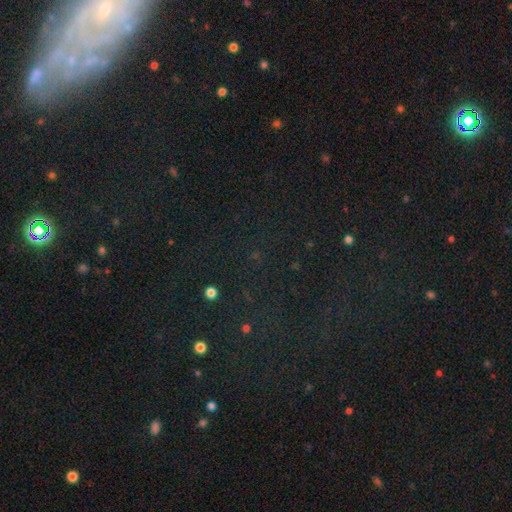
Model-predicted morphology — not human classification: smooth_or_featured: star or artifact (p=0.72) [alt: smooth p=0.16]